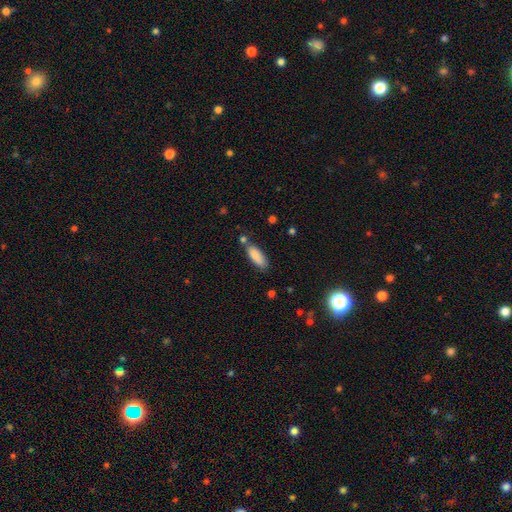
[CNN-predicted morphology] Overall: smooth (85%). How rounded: in between (68%; cigar-shaped 30%). Merging: none (69%).